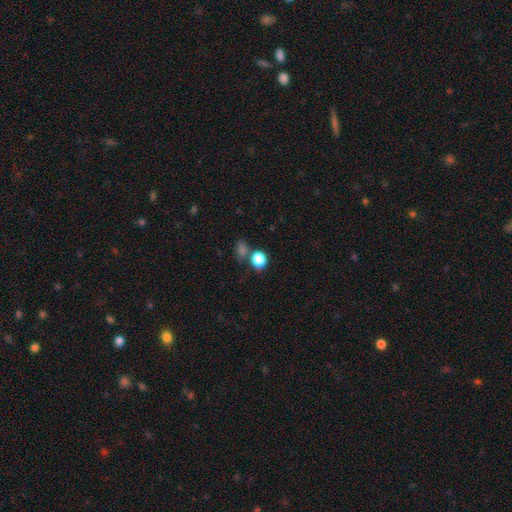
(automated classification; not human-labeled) Smooth or featured? Predicted: smooth (p=0.44). Merging? Predicted: none (p=0.60).